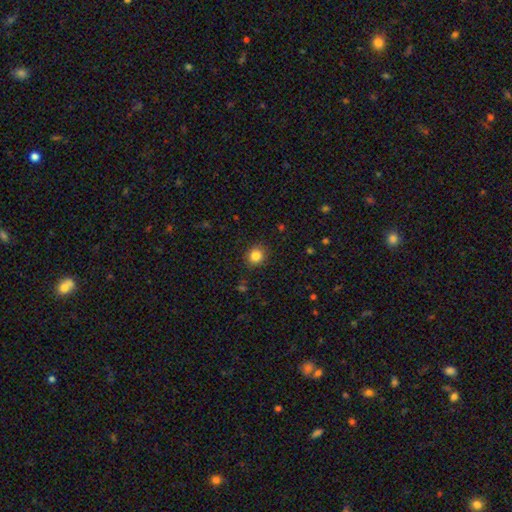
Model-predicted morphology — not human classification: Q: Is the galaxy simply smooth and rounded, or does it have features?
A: smooth — 84%.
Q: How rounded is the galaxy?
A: round — 84%.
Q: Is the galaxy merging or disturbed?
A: none — 89%.